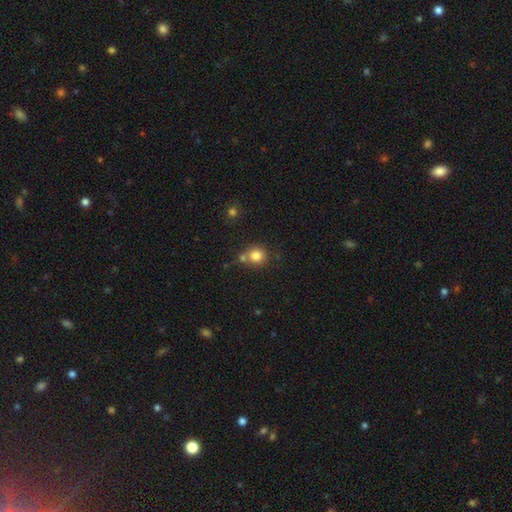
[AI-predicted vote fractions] Smooth or featured: smooth — 81% (star or artifact — 12%)
How rounded: round — 90% (in between — 9%)
Merging: none — 63% (merger — 23%)